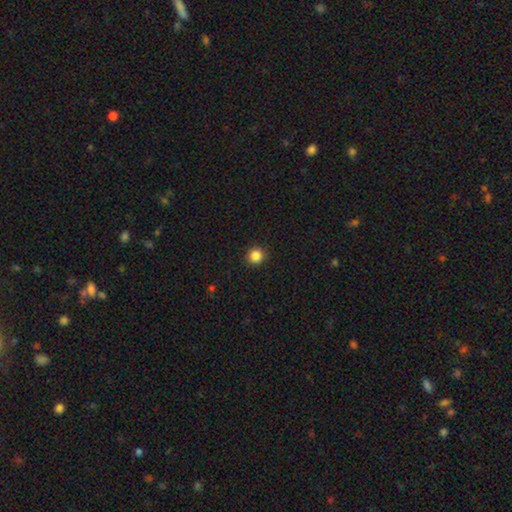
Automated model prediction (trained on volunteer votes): Q: Smooth or featured?
A: smooth (86%); runner-up: star or artifact (11%)
Q: How rounded?
A: round (94%); runner-up: in between (5%)
Q: Merging?
A: none (93%); runner-up: minor disturbance (5%)